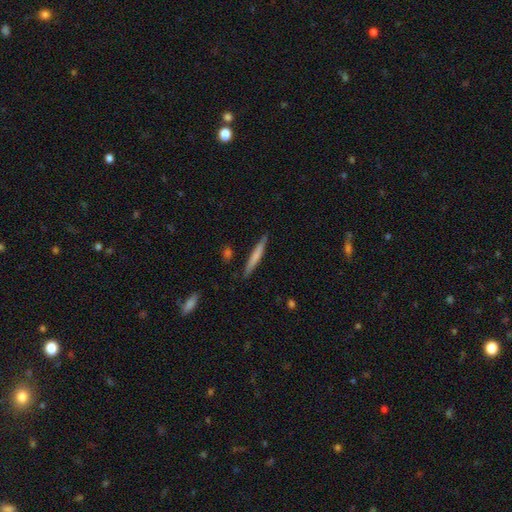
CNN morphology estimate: Smooth or featured? smooth (64%)
How rounded? cigar-shaped (95%)
Merging? none (86%)